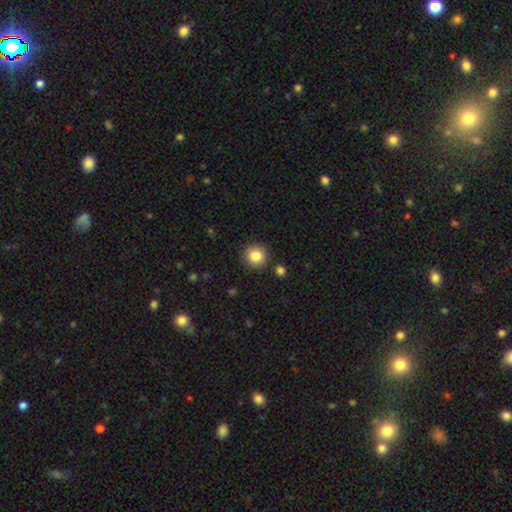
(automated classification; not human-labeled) Smooth or featured: smooth — 84% (star or artifact — 10%)
How rounded: round — 92% (in between — 7%)
Merging: none — 89% (minor disturbance — 7%)